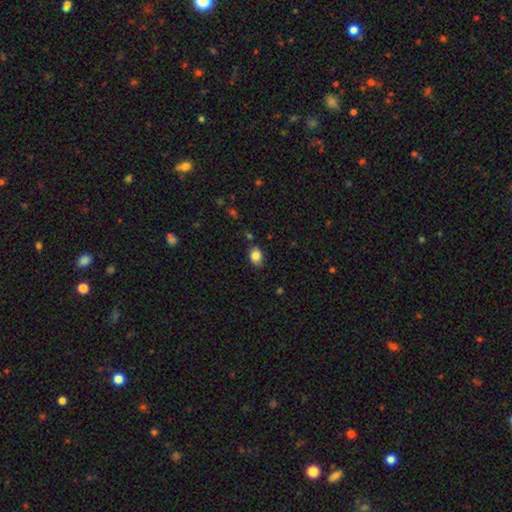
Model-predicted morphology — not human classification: Smooth or featured: smooth — 84% (star or artifact — 9%)
How rounded: in between — 69% (round — 30%)
Merging: none — 79% (minor disturbance — 16%)